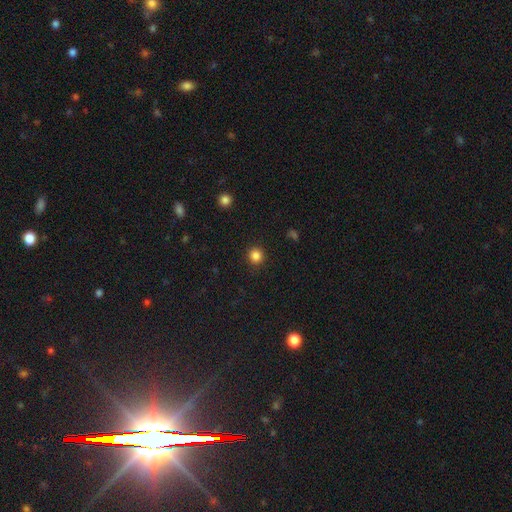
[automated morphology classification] Smooth or featured? Predicted: smooth (p=0.84). How rounded? Predicted: round (p=0.93). Merging? Predicted: none (p=0.91).